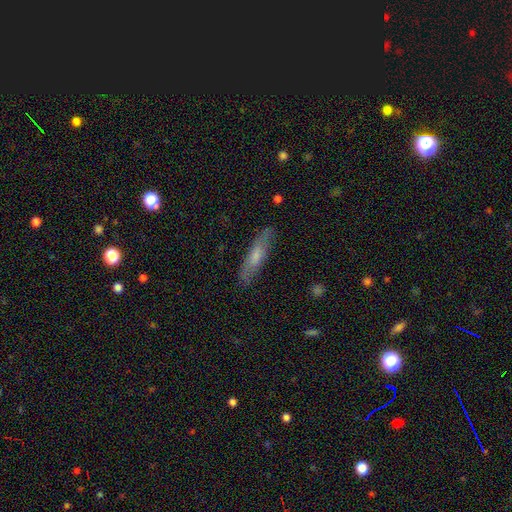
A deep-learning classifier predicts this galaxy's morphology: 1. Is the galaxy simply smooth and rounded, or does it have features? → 51% smooth, 42% featured or disk, 8% star or artifact.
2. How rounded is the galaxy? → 79% cigar-shaped, 19% in between, 2% round.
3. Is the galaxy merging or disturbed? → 84% none, 12% minor disturbance, 3% major disturbance, 1% merger.